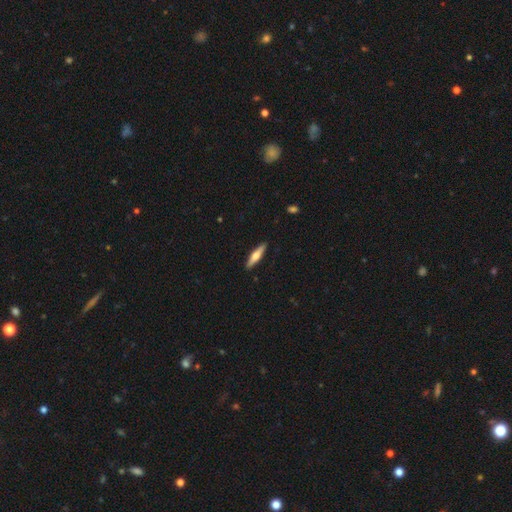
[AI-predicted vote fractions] Smooth or featured? smooth (48%)
Merging? none (91%)